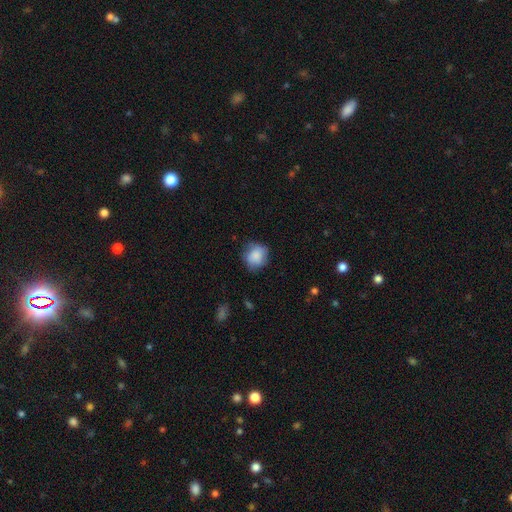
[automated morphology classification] smooth 83%, featured or disk 10%, star or artifact 8%. Down the decision tree: how rounded — round (80%); merging — none (70%).